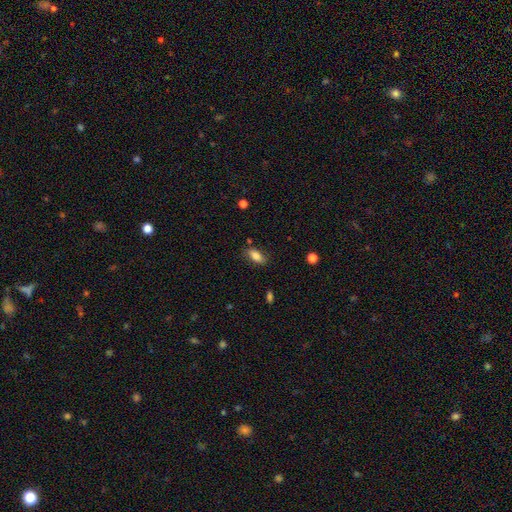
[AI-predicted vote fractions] Smooth or featured?
  - smooth: 82% *
  - featured or disk: 10%
  - star or artifact: 8%
How rounded?
  - in between: 87% *
  - cigar-shaped: 10%
  - round: 4%
Merging?
  - none: 80% *
  - minor disturbance: 14%
  - major disturbance: 3%
  - merger: 2%